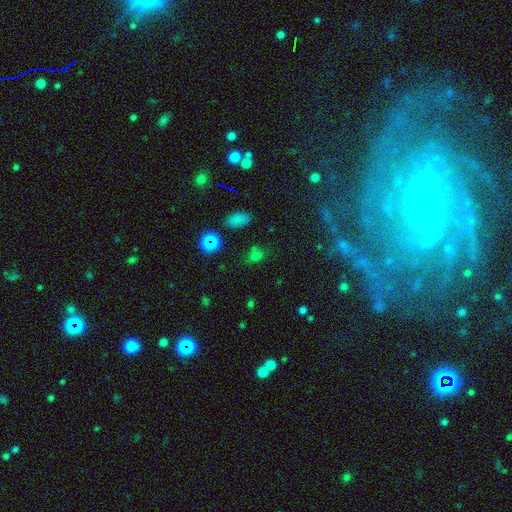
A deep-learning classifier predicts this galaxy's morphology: A smooth galaxy with no disk features (62%) that is in between round and cigar-shaped (52%). Merging: none (71%).